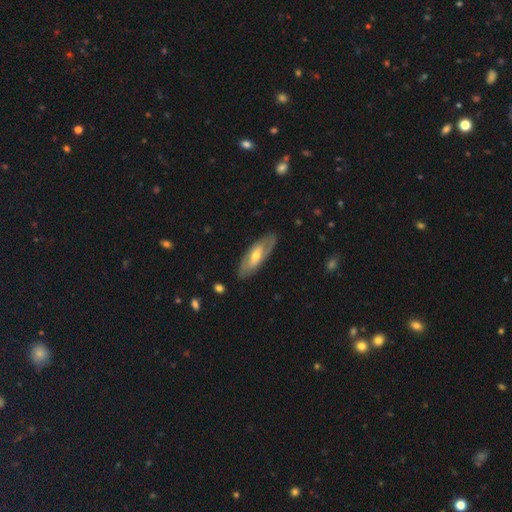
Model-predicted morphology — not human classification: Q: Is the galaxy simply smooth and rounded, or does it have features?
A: featured or disk — 62%.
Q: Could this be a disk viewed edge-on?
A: no — 79%.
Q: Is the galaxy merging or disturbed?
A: none — 82%.